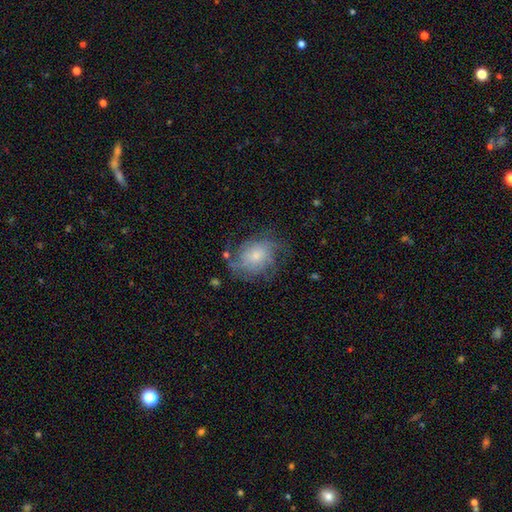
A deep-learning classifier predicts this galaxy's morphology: Smooth or featured?
  - featured or disk: 59% *
  - smooth: 32%
  - star or artifact: 9%
Edge-on disk?
  - no: 97% *
  - yes: 3%
Bar?
  - no: 76% *
  - weak: 21%
  - strong: 3%
Spiral arms?
  - yes: 82% *
  - no: 18%
Bulge size?
  - small: 41% *
  - moderate: 39%
  - large: 10%
  - none: 8%
  - dominant: 2%
Merging?
  - none: 56% *
  - minor disturbance: 24%
  - major disturbance: 18%
  - merger: 2%